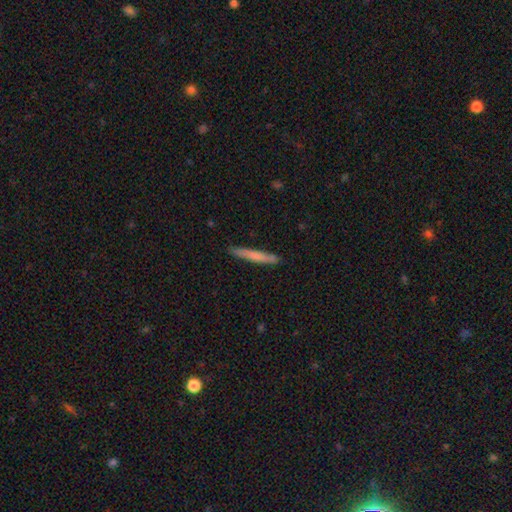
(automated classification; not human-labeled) This is likely a smooth galaxy (63%). How rounded: clearly cigar-shaped (95%). Merging: clearly none (87%).